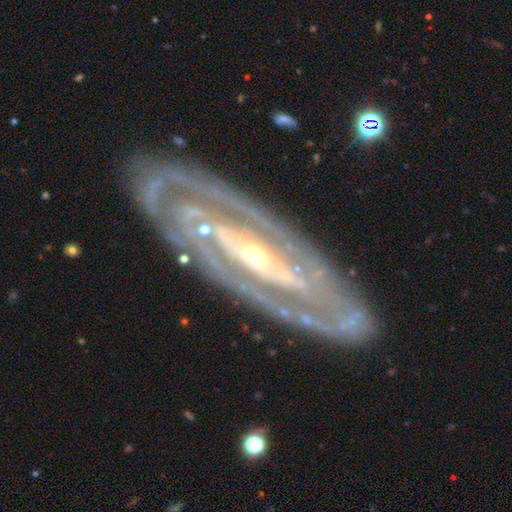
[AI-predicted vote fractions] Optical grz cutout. It shows a featured or disk galaxy (90%) with a strong bar (53%), 2 (52%) tight (71%) spiral arms (97%) and a small central bulge (67%). Merging: none (85%).